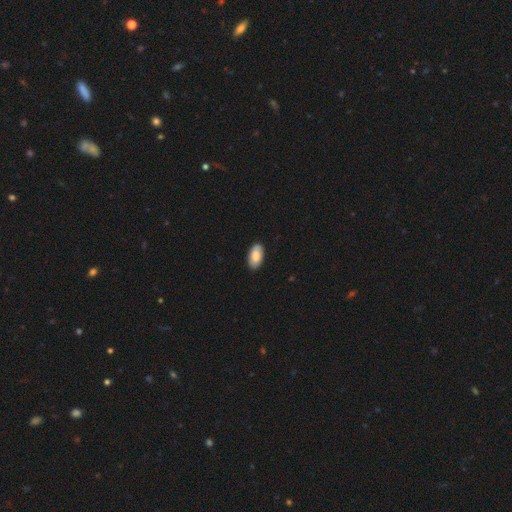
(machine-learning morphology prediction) Smooth or featured: smooth — 80% (featured or disk — 14%)
How rounded: in between — 95% (round — 3%)
Merging: none — 89% (minor disturbance — 9%)